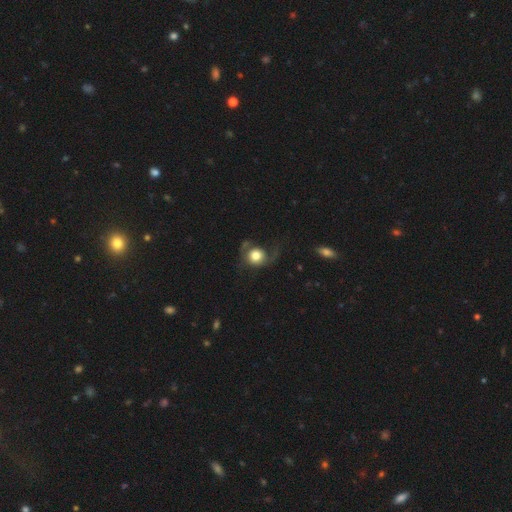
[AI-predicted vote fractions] A smooth galaxy with no disk features (58%) that is round (81%).

Vote fractions:
- Smooth or featured? smooth: 58% / featured or disk: 34% / star or artifact: 8%
- How rounded? round: 81% / in between: 18% / cigar-shaped: 1%
- Merging? none: 42% / major disturbance: 33% / minor disturbance: 21% / merger: 4%